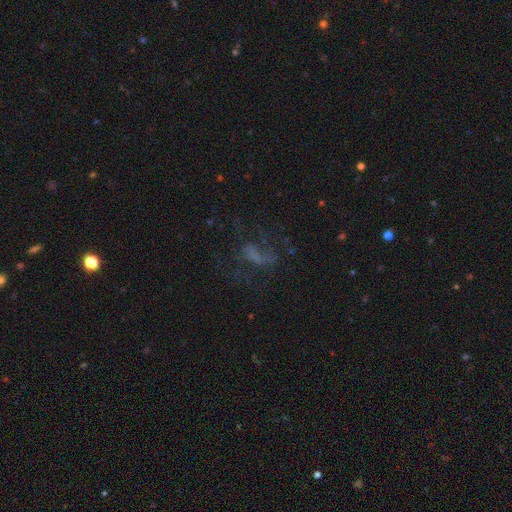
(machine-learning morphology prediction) Overall: featured or disk (47%; star or artifact 27%). Merging: none (42%; major disturbance 39%).